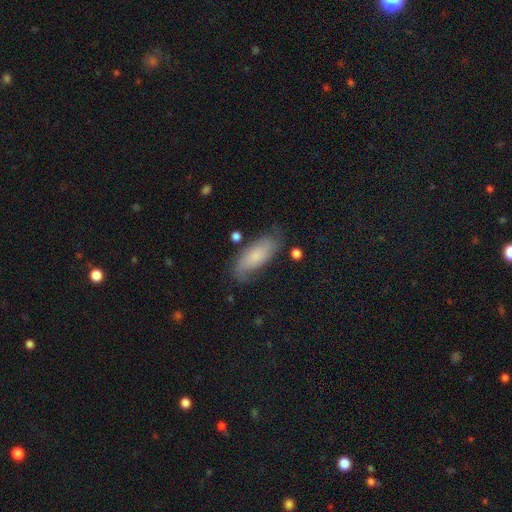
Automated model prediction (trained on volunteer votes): Smooth or featured? Predicted: smooth (p=0.60). How rounded? Predicted: in between (p=0.74). Merging? Predicted: none (p=0.67).